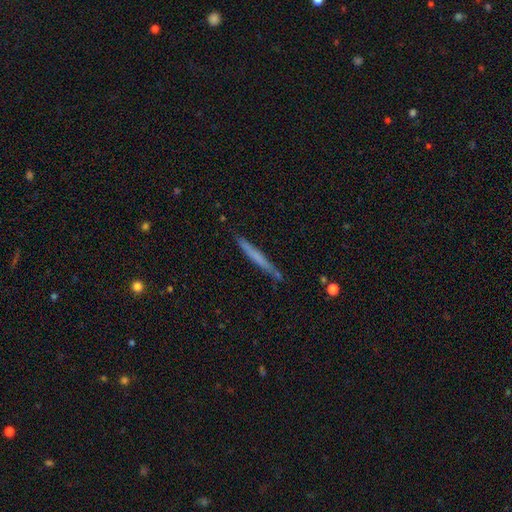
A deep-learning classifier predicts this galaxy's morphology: This appears to be a smooth galaxy with no disk features (55%) that is cigar-shaped (97%). Merging: none (84%).